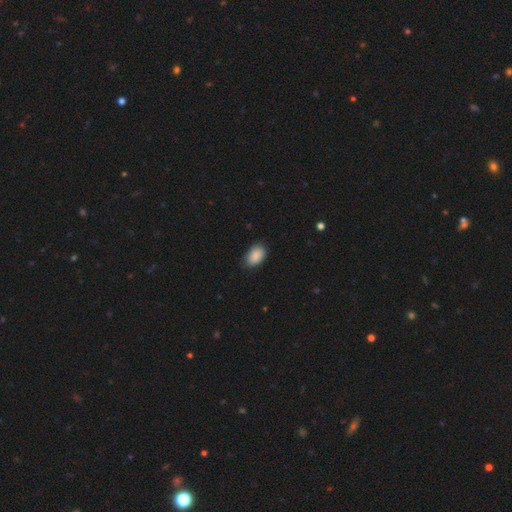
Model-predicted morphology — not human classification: smooth_or_featured: smooth (p=0.89) [alt: star or artifact p=0.07]
how_rounded: in between (p=0.87) [alt: round p=0.11]
merging: none (p=0.76) [alt: minor disturbance p=0.20]